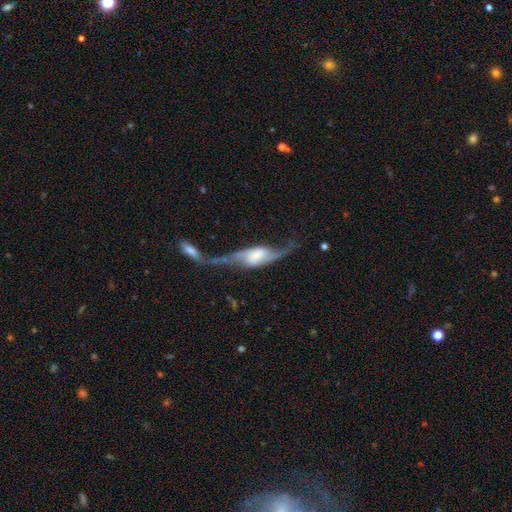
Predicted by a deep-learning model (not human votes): A featured or disk galaxy (78%) with a weak bar (40%), 2 (90%) loose (83%) spiral arms (91%) and a large central bulge (27%). Merging: merger (36%).